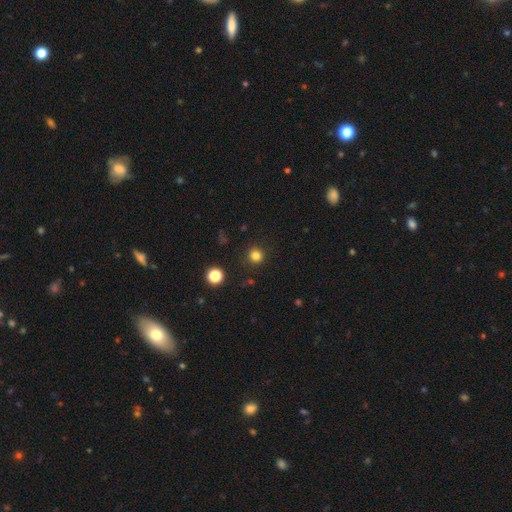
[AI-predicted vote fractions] This is clearly a smooth galaxy (81%). How rounded: clearly round (94%). Merging: clearly none (90%).